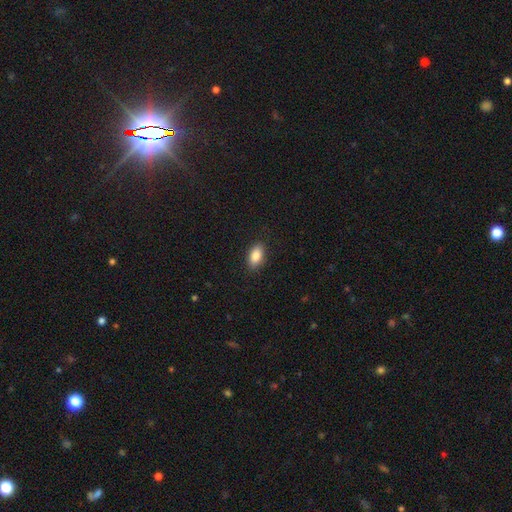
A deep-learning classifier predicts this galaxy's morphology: Smooth or featured? smooth (87%)
How rounded? in between (91%)
Merging? none (89%)